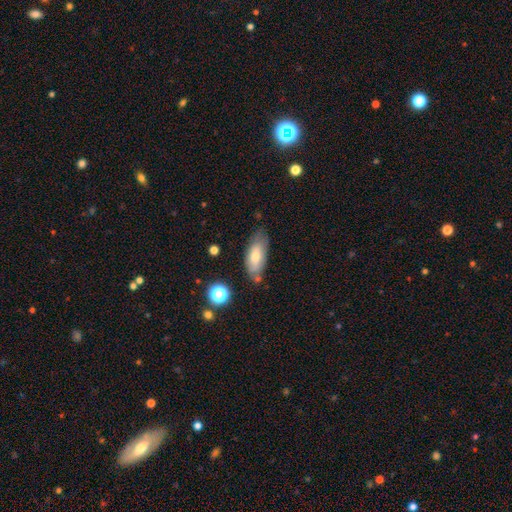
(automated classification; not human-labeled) smooth_or_featured: smooth (p=0.66) [alt: featured or disk p=0.26]
how_rounded: in between (p=0.78) [alt: cigar-shaped p=0.19]
merging: none (p=0.66) [alt: minor disturbance p=0.24]